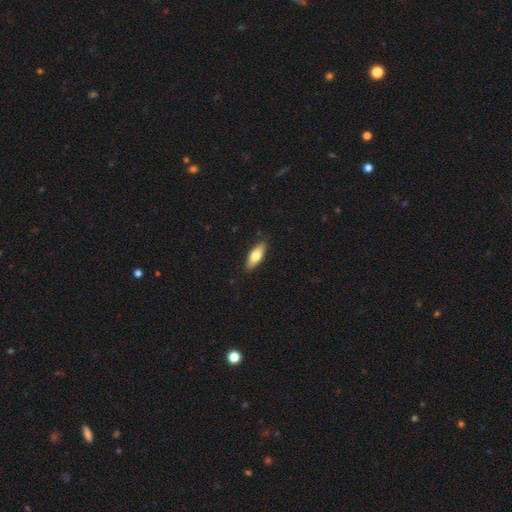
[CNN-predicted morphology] This appears to be a smooth galaxy with no disk features (68%) that is in between round and cigar-shaped (68%). Merging: none (88%).